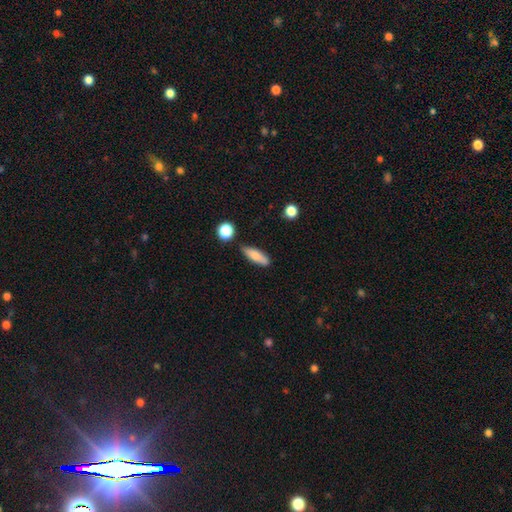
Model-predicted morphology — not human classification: smooth_or_featured: smooth (p=0.78) [alt: featured or disk p=0.15]
how_rounded: cigar-shaped (p=0.49) [alt: in between p=0.48]
merging: none (p=0.79) [alt: minor disturbance p=0.14]